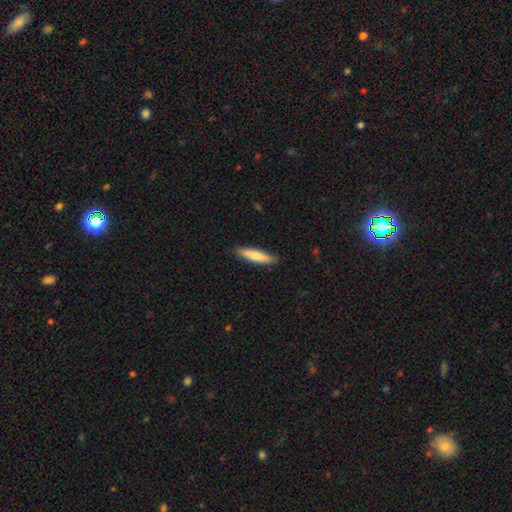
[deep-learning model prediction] This appears to be a smooth galaxy with no disk features (77%) that is cigar-shaped (80%). Merging: none (84%).